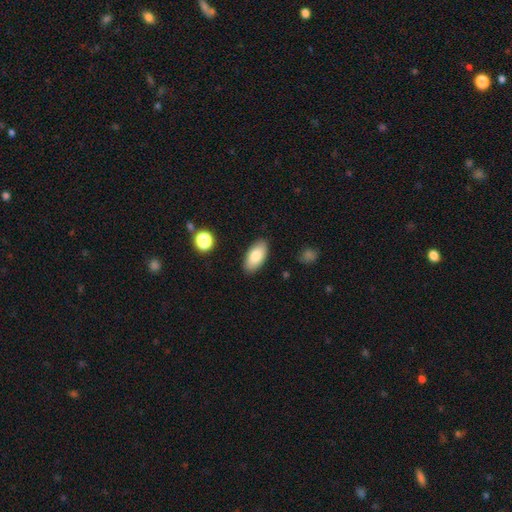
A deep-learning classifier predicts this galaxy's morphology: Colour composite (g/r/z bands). It shows a smooth galaxy with no disk features (82%) that is in between round and cigar-shaped (93%). Merging: none (87%).